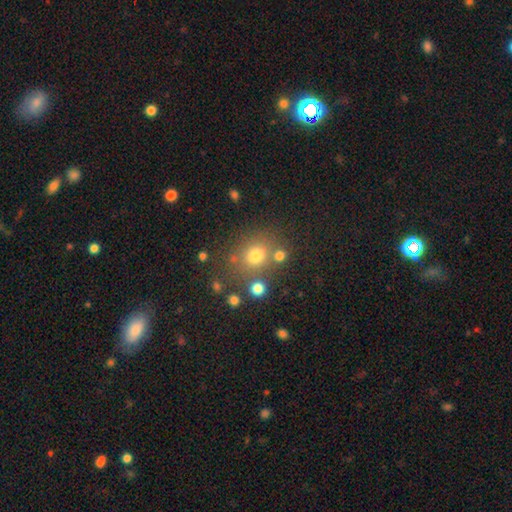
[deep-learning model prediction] This is likely a smooth galaxy (72%). How rounded: likely round (77%). Merging: likely none (72%).